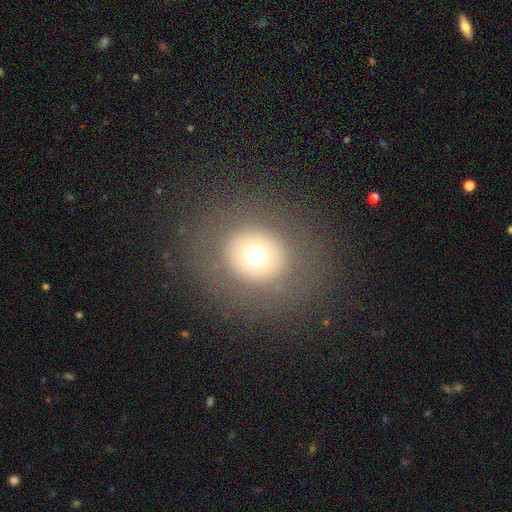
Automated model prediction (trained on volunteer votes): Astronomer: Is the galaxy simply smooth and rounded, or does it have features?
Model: smooth — 66%.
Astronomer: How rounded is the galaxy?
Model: round — 78%.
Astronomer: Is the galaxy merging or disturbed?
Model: none — 84%.